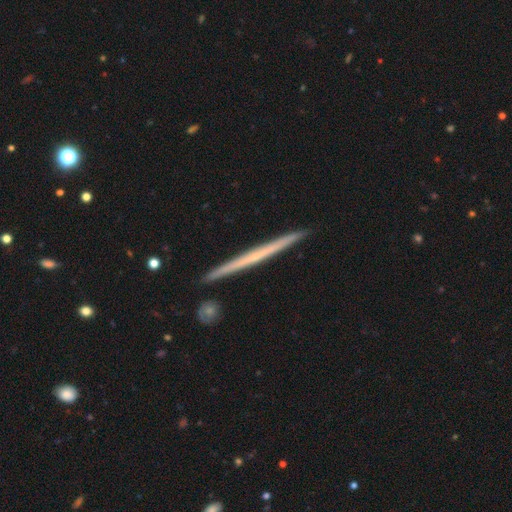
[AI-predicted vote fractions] The model was most divided on "smooth or featured": featured or disk: 62%, smooth: 33%, star or artifact: 5%. More confident: edge-on disk — yes (98%); merging — none (91%); edge-on bulge — none (87%).